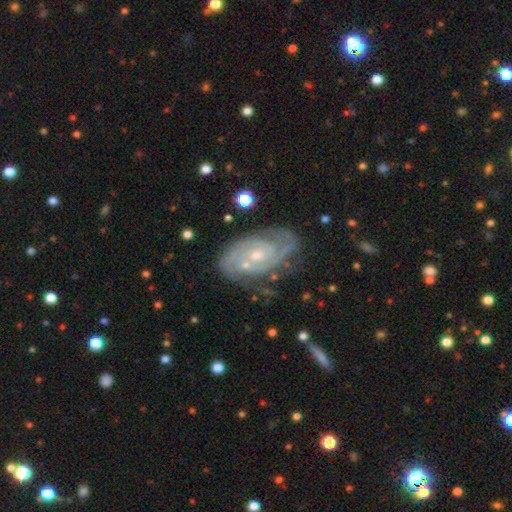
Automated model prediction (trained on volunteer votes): smooth_or_featured: featured or disk (p=0.85) [alt: smooth p=0.09]
disk_edge_on: no (p=0.96) [alt: yes p=0.04]
bar: no (p=0.66) [alt: weak p=0.29]
has_spiral_arms: yes (p=0.94) [alt: no p=0.06]
spiral_winding: tight (p=0.61) [alt: medium p=0.31]
spiral_arm_count: 2 (p=0.48) [alt: can't tell p=0.25]
bulge_size: small (p=0.59) [alt: moderate p=0.38]
merging: none (p=0.66) [alt: minor disturbance p=0.21]